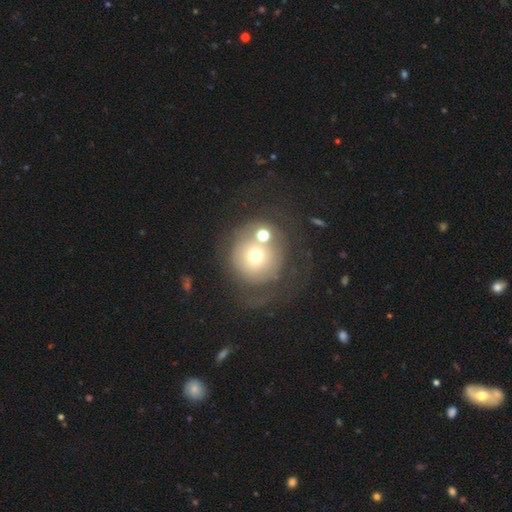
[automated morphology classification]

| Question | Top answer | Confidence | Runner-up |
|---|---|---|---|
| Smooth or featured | smooth | 55% | featured or disk (31%) |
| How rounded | round | 91% | in between (8%) |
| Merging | none | 40% | major disturbance (23%) |